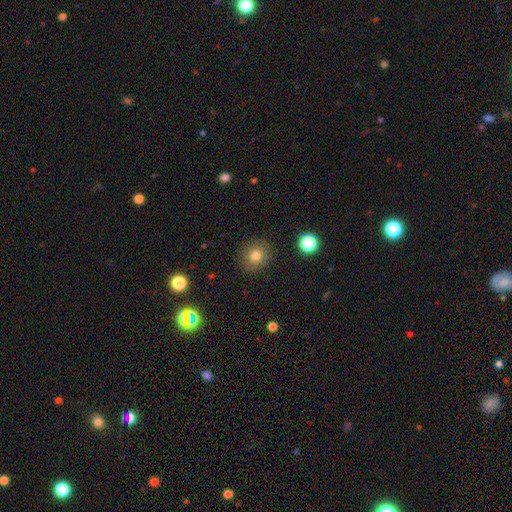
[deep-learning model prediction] A smooth galaxy with no disk features (78%) that is round (87%). Merging: none (88%).